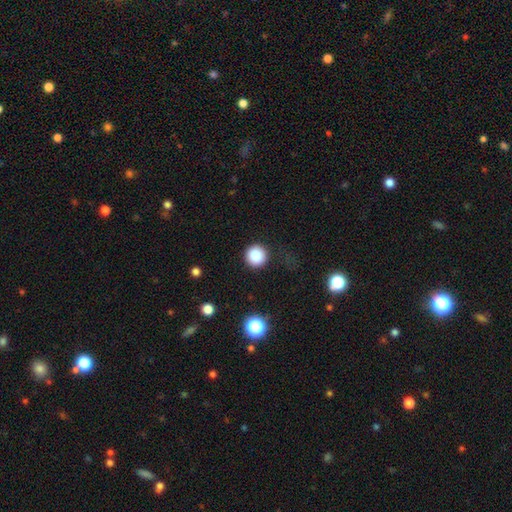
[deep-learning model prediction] Smooth or featured?
  - smooth: 86% *
  - star or artifact: 10%
  - featured or disk: 4%
How rounded?
  - round: 95% *
  - in between: 4%
  - cigar-shaped: 1%
Merging?
  - none: 86% *
  - minor disturbance: 8%
  - major disturbance: 4%
  - merger: 1%